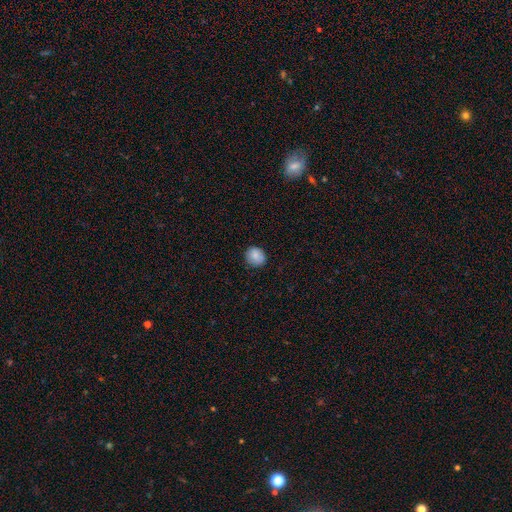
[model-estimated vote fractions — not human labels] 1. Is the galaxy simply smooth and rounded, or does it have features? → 87% smooth, 8% star or artifact, 5% featured or disk.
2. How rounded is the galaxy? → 82% round, 17% in between, 1% cigar-shaped.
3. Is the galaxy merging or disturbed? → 85% none, 11% minor disturbance, 2% major disturbance, 1% merger.